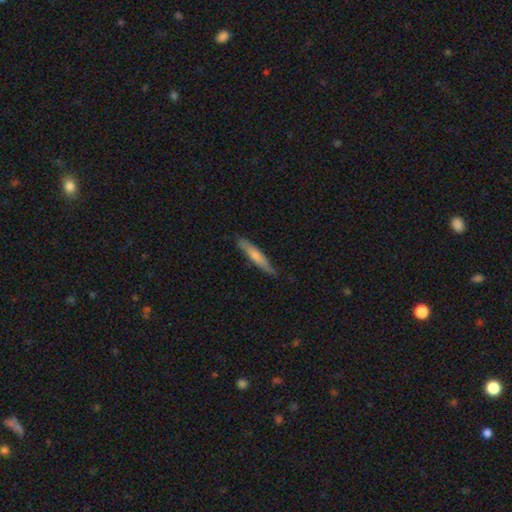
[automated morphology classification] The model was most divided on "smooth or featured": smooth: 62%, featured or disk: 33%, star or artifact: 5%. More confident: how rounded — cigar-shaped (91%); merging — none (83%).